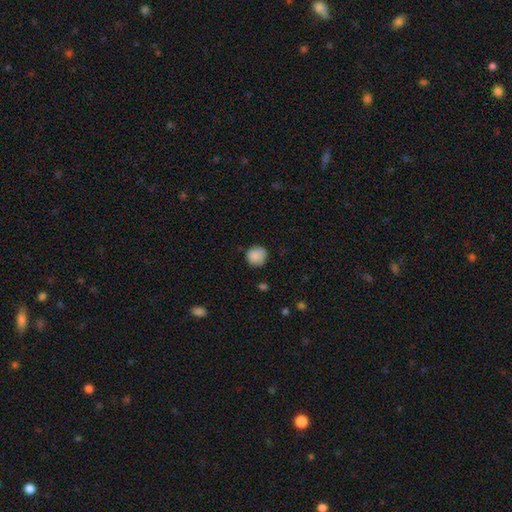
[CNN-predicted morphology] This is clearly a smooth galaxy (86%). How rounded: clearly round (85%). Merging: likely none (73%).